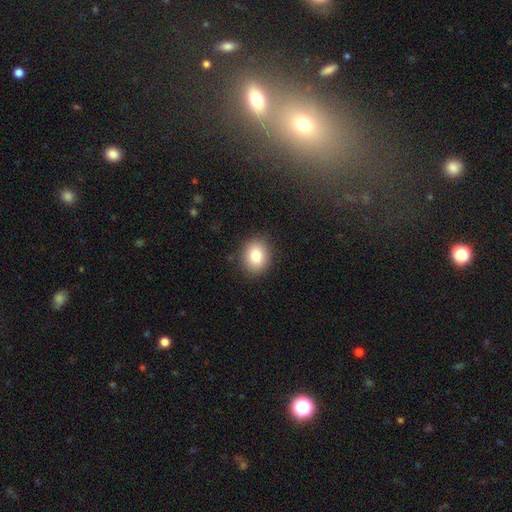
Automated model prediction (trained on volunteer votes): Smooth or featured? Predicted: smooth (p=0.82). How rounded? Predicted: round (p=0.56). Merging? Predicted: none (p=0.87).